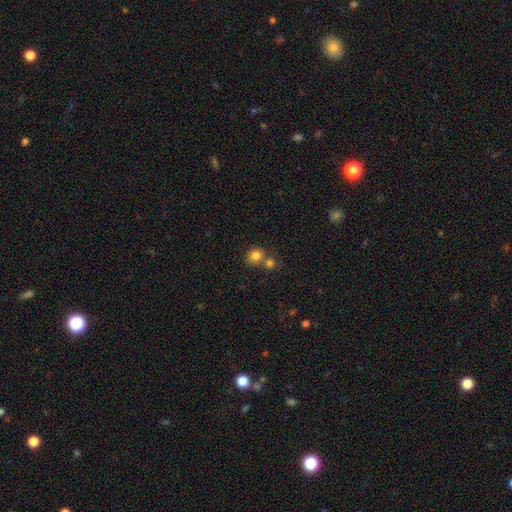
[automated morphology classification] smooth 82%, star or artifact 11%, featured or disk 7%. Down the decision tree: how rounded — round (76%); merging — none (50%).